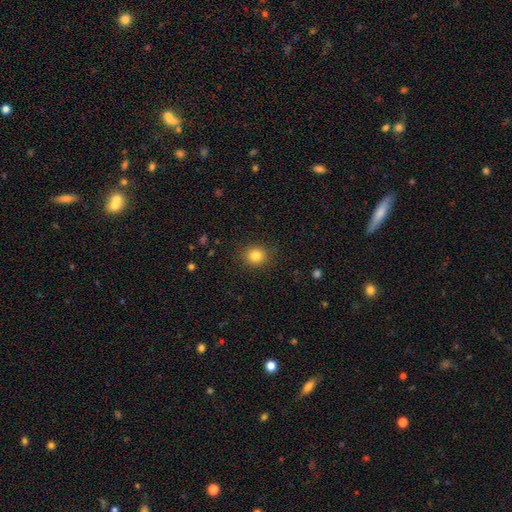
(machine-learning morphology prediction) smooth 83%, star or artifact 12%, featured or disk 6%. Down the decision tree: how rounded — round (82%); merging — none (89%).